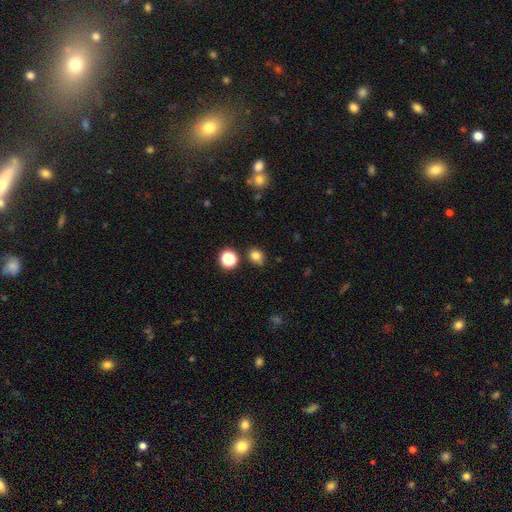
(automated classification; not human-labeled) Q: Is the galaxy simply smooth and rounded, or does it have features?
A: smooth — 79%.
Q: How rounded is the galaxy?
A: round — 69%.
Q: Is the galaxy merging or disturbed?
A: none — 76%.